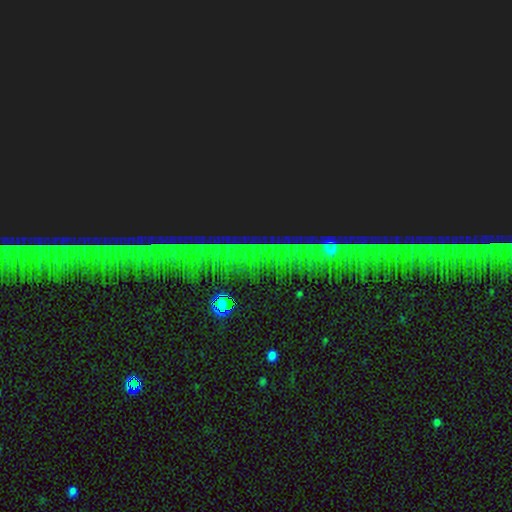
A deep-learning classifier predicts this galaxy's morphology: Overall: star or artifact (83%).